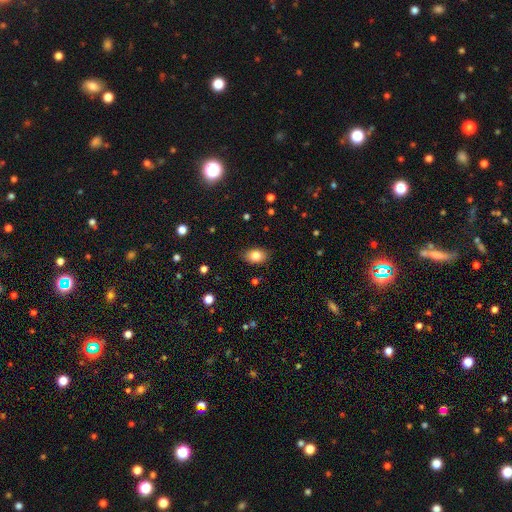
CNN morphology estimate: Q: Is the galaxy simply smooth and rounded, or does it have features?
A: smooth — 81%.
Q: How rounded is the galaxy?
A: in between — 82%.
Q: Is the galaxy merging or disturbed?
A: none — 86%.